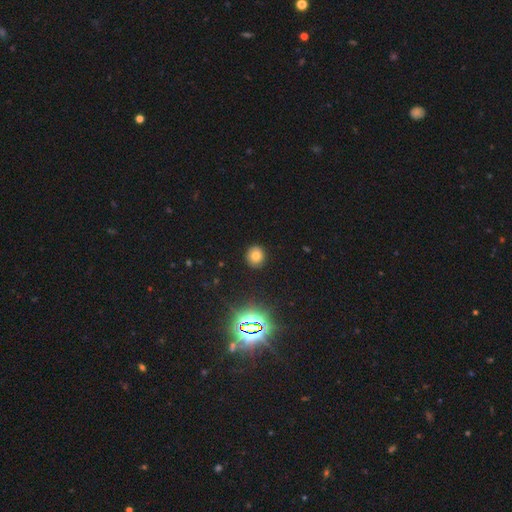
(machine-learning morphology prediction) smooth-or-featured: smooth: 72% | star or artifact: 18% | featured or disk: 9%
  how-rounded: round: 85% | in between: 14% | cigar-shaped: 1%
  merging: none: 90% | minor disturbance: 7% | major disturbance: 2% | merger: 1%